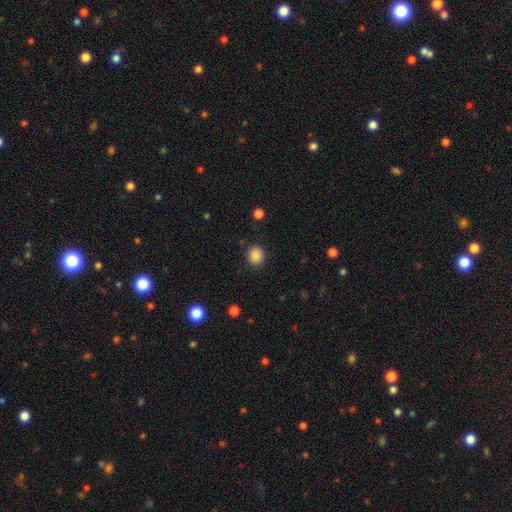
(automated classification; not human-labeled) This is clearly a smooth galaxy (87%). How rounded: likely round (73%). Merging: clearly none (87%).